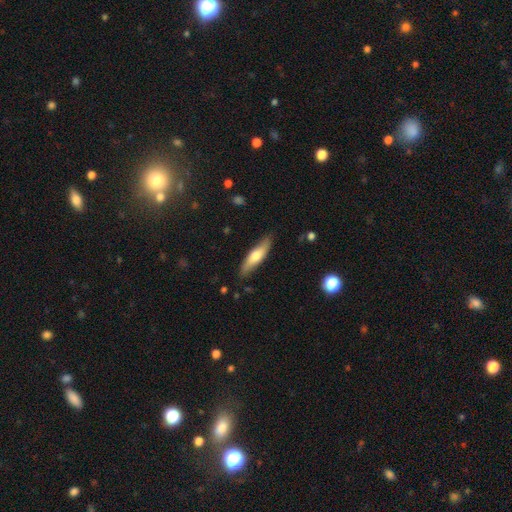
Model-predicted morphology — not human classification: A smooth galaxy with no disk features (60%) that is cigar-shaped (67%). Merging: none (84%).